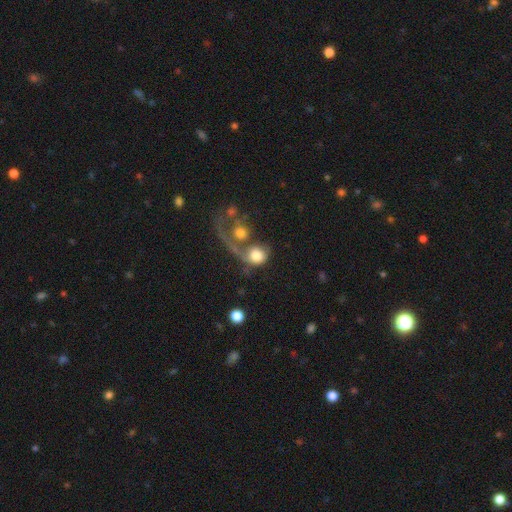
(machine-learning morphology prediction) This is likely a smooth galaxy (64%). How rounded: likely round (72%). Merging: possibly merger (52%).